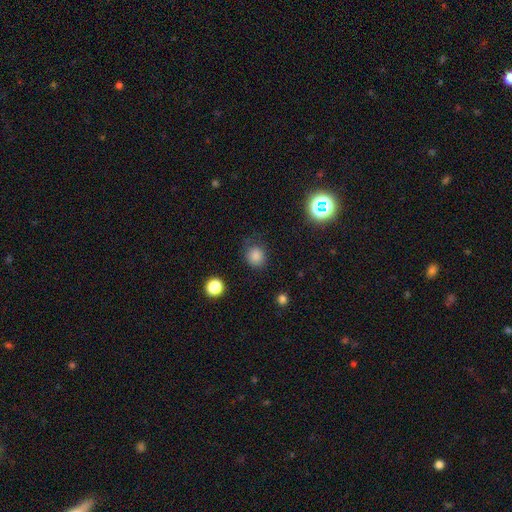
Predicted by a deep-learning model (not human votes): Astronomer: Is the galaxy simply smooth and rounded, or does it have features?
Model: smooth — 83%.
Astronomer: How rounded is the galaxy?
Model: round — 82%.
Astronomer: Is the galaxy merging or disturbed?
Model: none — 77%.